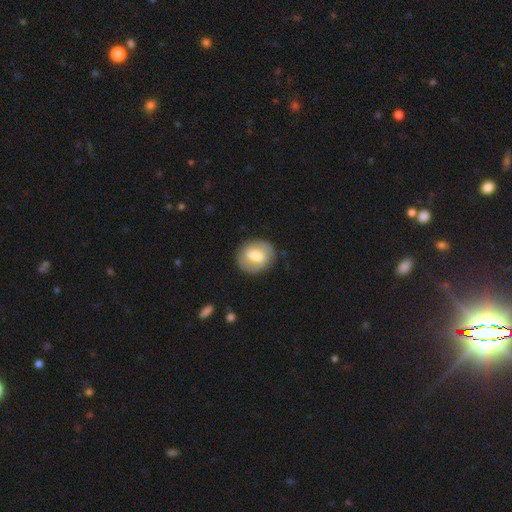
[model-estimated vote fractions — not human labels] Smooth or featured? featured or disk (57%)
Edge-on disk? no (96%)
Bar? weak (51%)
Spiral arms? yes (71%)
Bulge size? moderate (64%)
Merging? none (82%)